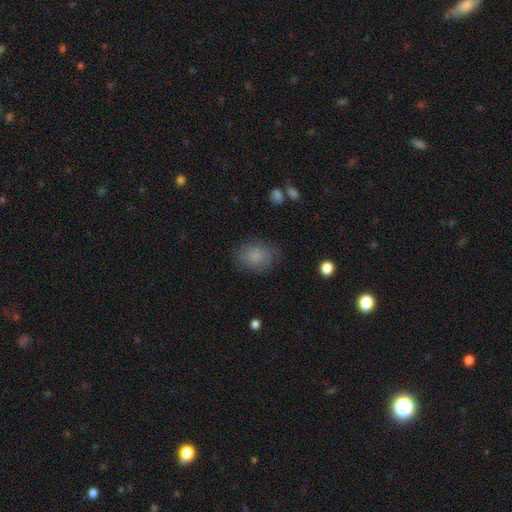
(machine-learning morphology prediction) smooth 72%, featured or disk 19%, star or artifact 9%. Down the decision tree: how rounded — in between (55%); merging — none (73%).